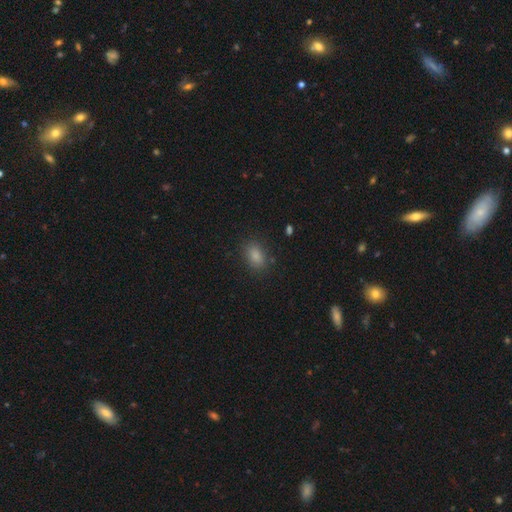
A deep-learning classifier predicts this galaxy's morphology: This is clearly a smooth galaxy (84%). How rounded: clearly in between (82%). Merging: clearly none (84%).